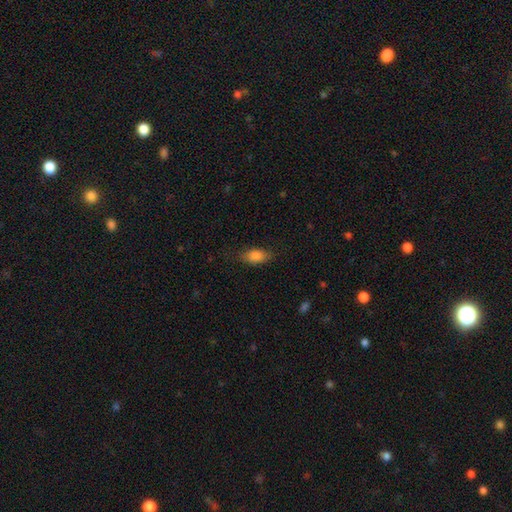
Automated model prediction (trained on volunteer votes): This is clearly a smooth galaxy (84%). How rounded: clearly in between (88%). Merging: likely none (76%).